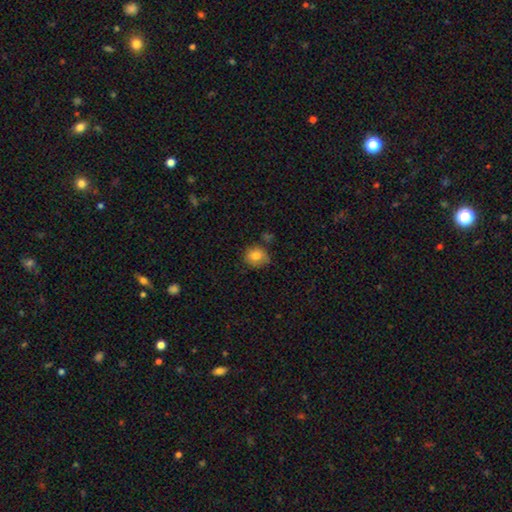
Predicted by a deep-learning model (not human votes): smooth 81%, star or artifact 10%, featured or disk 9%. Down the decision tree: how rounded — round (78%); merging — none (69%).